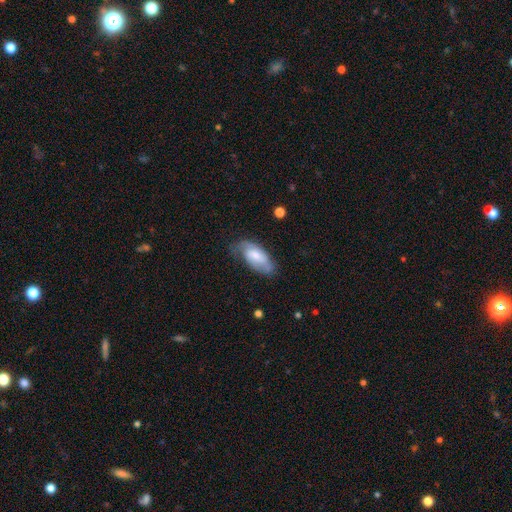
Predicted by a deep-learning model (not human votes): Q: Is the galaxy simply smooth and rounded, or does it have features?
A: featured or disk — 52%.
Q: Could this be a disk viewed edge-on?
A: no — 91%.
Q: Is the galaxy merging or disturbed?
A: none — 58%.